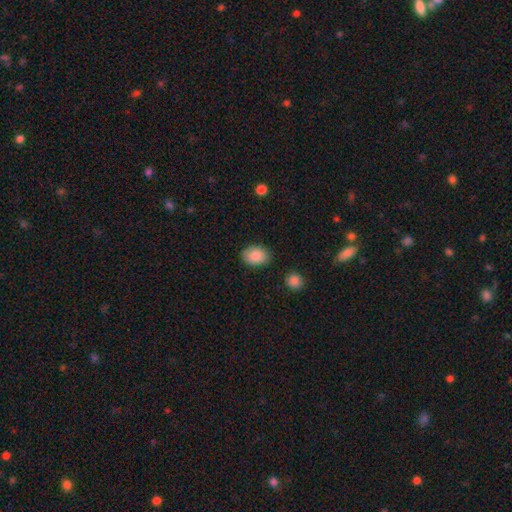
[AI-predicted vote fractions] The model was most divided on "how rounded": in between: 74%, round: 25%, cigar-shaped: 1%. More confident: smooth or featured — smooth (87%); merging — none (84%).